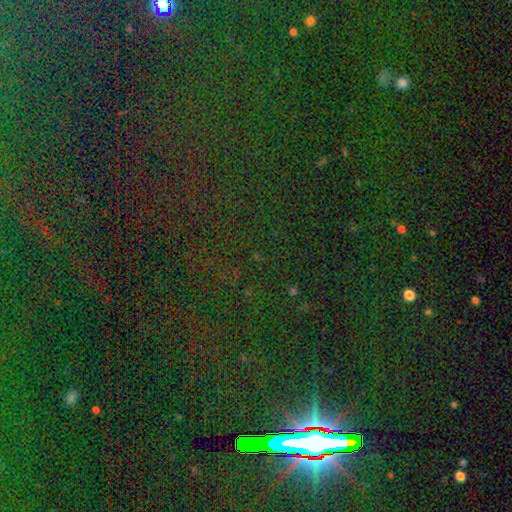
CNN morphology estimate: type=star or artifact (85%).